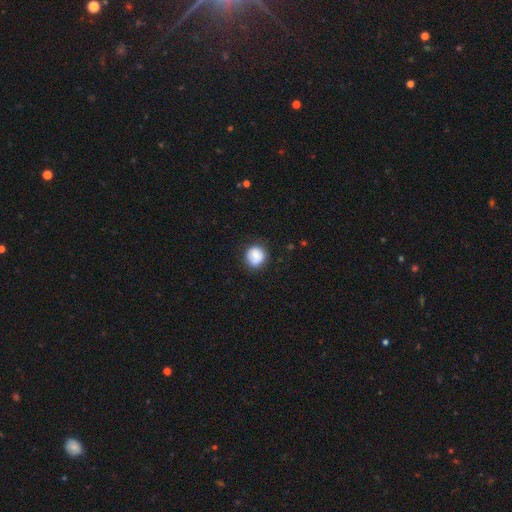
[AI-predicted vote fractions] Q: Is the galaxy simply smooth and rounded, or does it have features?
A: smooth — 80%.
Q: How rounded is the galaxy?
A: round — 90%.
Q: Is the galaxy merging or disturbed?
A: none — 83%.